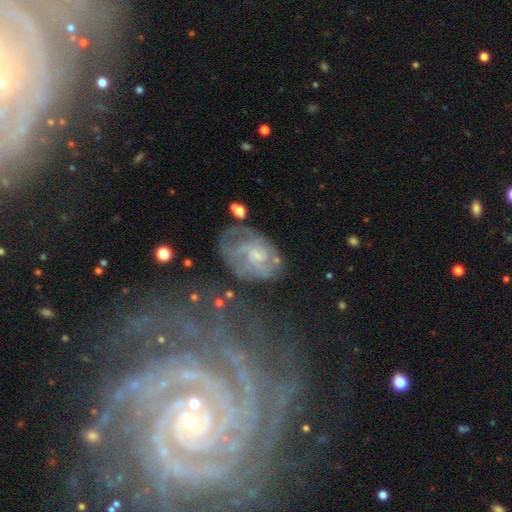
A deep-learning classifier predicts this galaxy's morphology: A featured or disk galaxy (72%) with no bar (55%), tight (45%) spiral arms (80%) and a small central bulge (58%). Merging: none (51%).